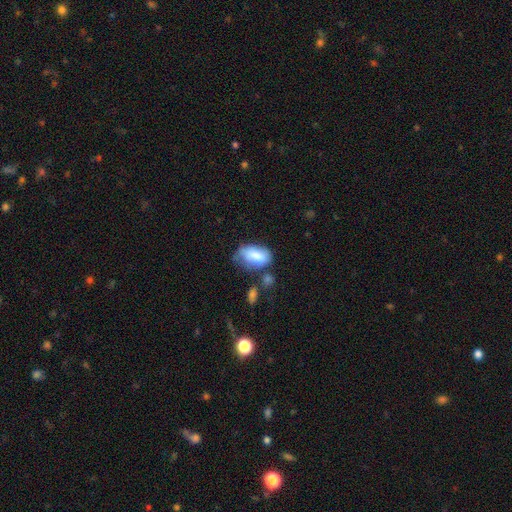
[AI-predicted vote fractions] A smooth galaxy with no disk features (77%) that is in between round and cigar-shaped (92%).

Vote fractions:
- Smooth or featured? smooth: 77% / featured or disk: 15% / star or artifact: 8%
- How rounded? in between: 92% / round: 6% / cigar-shaped: 2%
- Merging? none: 37% / minor disturbance: 32% / major disturbance: 16% / merger: 15%